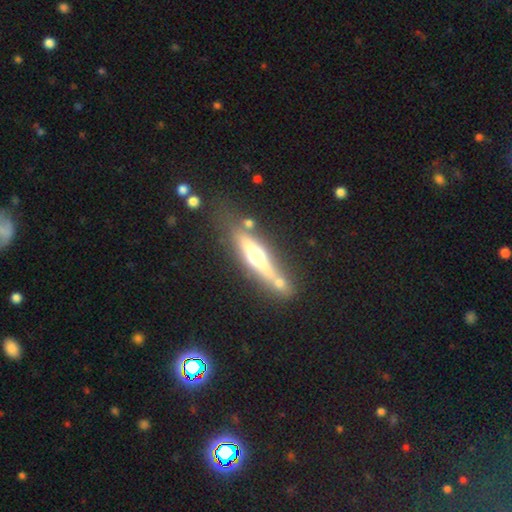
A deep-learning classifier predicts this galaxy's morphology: Overall: featured or disk (61%; smooth 31%). Edge-on disk: yes (90%). Edge-on bulge: rounded (92%). Merging: none (62%).